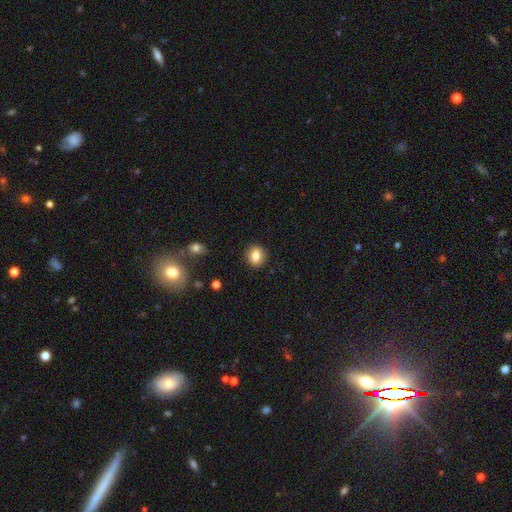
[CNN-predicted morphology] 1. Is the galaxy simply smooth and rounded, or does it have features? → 84% smooth, 9% star or artifact, 7% featured or disk.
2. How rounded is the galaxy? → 64% round, 35% in between, 1% cigar-shaped.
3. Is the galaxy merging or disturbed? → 90% none, 7% minor disturbance, 2% major disturbance, 1% merger.